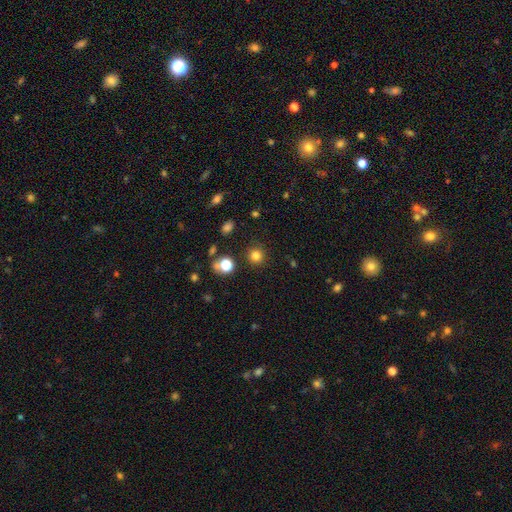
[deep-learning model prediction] smooth 80%, star or artifact 15%, featured or disk 5%. Down the decision tree: how rounded — round (93%); merging — none (88%).